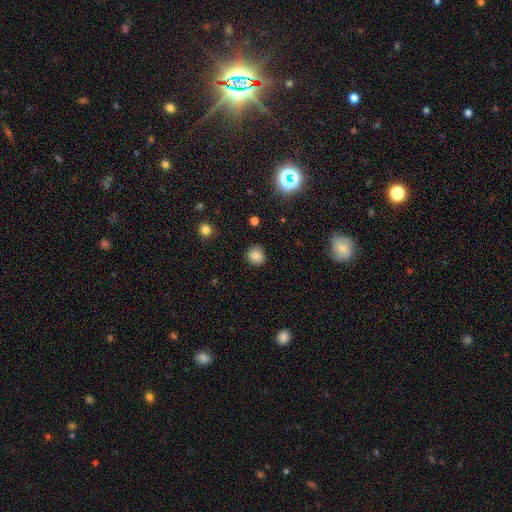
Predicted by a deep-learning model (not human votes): Smooth or featured? Predicted: smooth (p=0.83). How rounded? Predicted: round (p=0.85). Merging? Predicted: none (p=0.85).